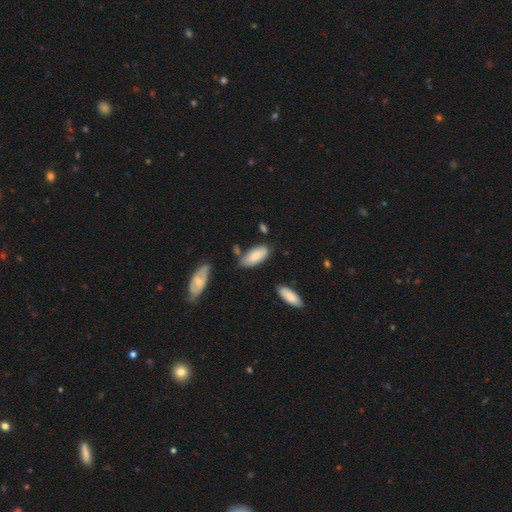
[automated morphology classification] Smooth or featured?
  - smooth: 78% *
  - featured or disk: 16%
  - star or artifact: 6%
How rounded?
  - in between: 88% *
  - cigar-shaped: 10%
  - round: 2%
Merging?
  - none: 67% *
  - minor disturbance: 22%
  - merger: 7%
  - major disturbance: 4%